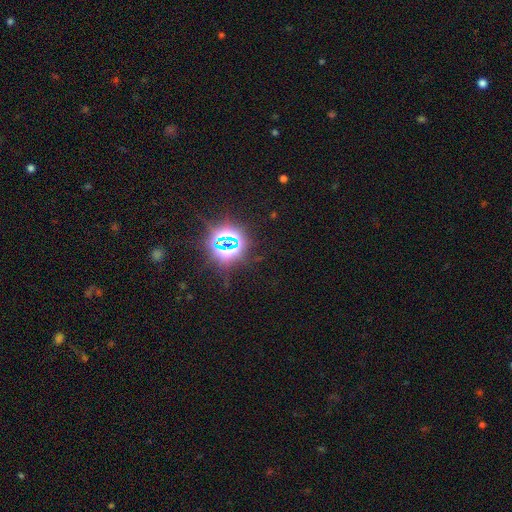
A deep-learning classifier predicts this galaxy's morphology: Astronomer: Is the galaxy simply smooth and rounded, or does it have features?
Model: star or artifact — 75%.